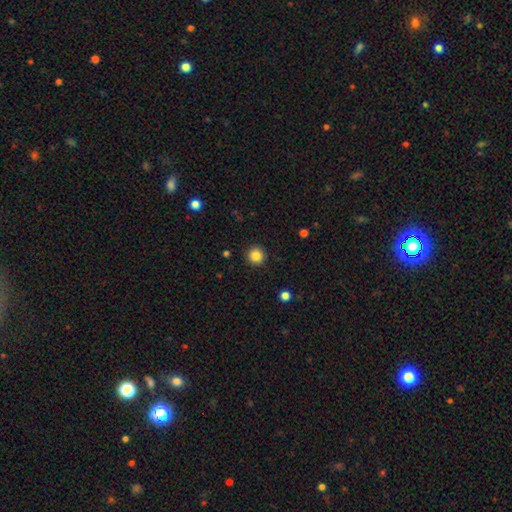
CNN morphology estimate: smooth_or_featured: smooth (p=0.85) [alt: star or artifact p=0.10]
how_rounded: round (p=0.95) [alt: in between p=0.04]
merging: none (p=0.92) [alt: minor disturbance p=0.05]